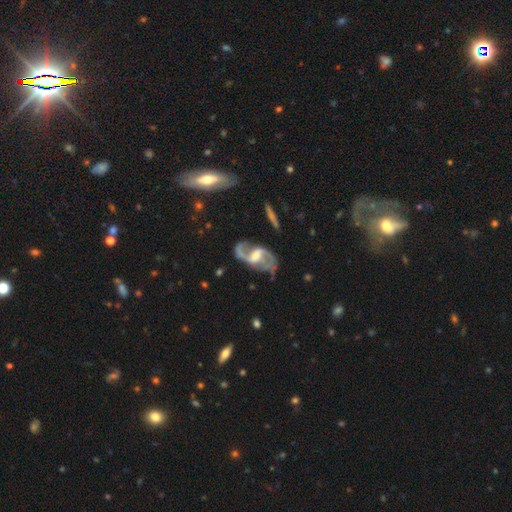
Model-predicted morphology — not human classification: A featured or disk galaxy (91%) with a weak bar (52%), 2 (91%) loose (52%) spiral arms (97%) and a moderate central bulge (55%).

Vote fractions:
- Smooth or featured? featured or disk: 91% / smooth: 5% / star or artifact: 4%
- Edge-on disk? no: 97% / yes: 3%
- Bar? weak: 52% / strong: 28% / no: 20%
- Spiral arms? yes: 97% / no: 3%
- Spiral winding? loose: 52% / medium: 40% / tight: 8%
- Spiral arm count? 2: 91% / can't tell: 3% / 3: 2% / 1: 2% / 4: 1% / more than 4: 1%
- Bulge size? moderate: 55% / small: 31% / large: 8% / none: 6% / dominant: 1%
- Merging? none: 67% / minor disturbance: 19% / major disturbance: 11% / merger: 3%